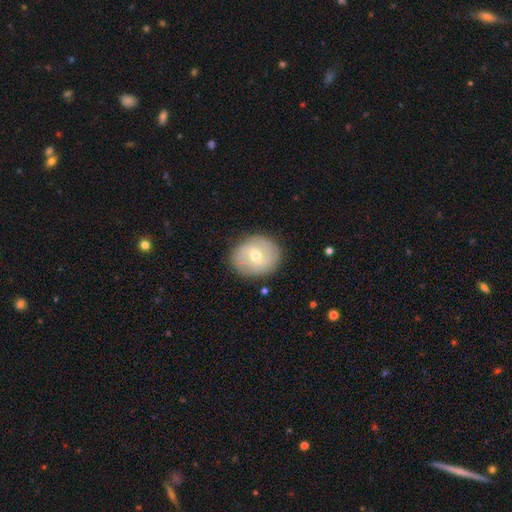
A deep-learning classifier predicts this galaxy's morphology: Q: Smooth or featured?
A: featured or disk (53%); runner-up: smooth (40%)
Q: Edge-on disk?
A: no (96%); runner-up: yes (4%)
Q: Bar?
A: weak (46%); runner-up: no (42%)
Q: Spiral arms?
A: yes (69%); runner-up: no (31%)
Q: Bulge size?
A: moderate (52%); runner-up: small (44%)
Q: Merging?
A: none (85%); runner-up: minor disturbance (11%)